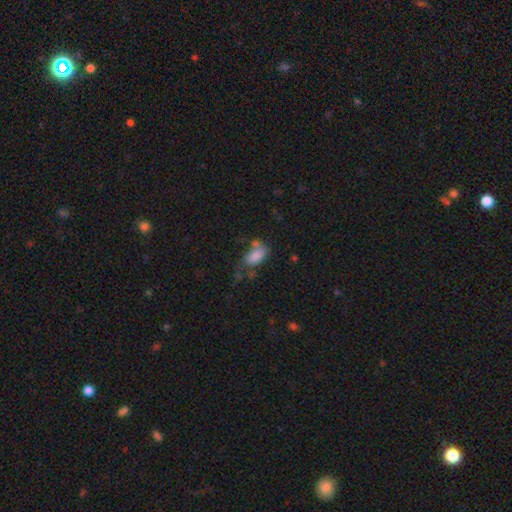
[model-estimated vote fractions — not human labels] The model was most divided on "merging": none: 37%, minor disturbance: 25%, merger: 20%, major disturbance: 18%. More confident: how rounded — in between (91%); smooth or featured — smooth (78%).